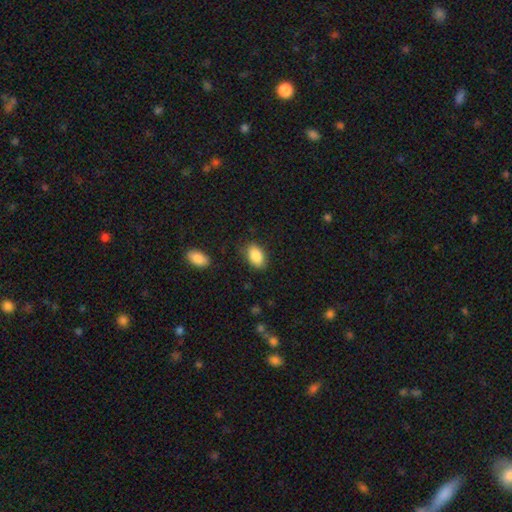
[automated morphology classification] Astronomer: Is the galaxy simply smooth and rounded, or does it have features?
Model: smooth — 88%.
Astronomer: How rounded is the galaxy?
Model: in between — 91%.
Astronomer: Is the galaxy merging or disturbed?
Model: none — 83%.